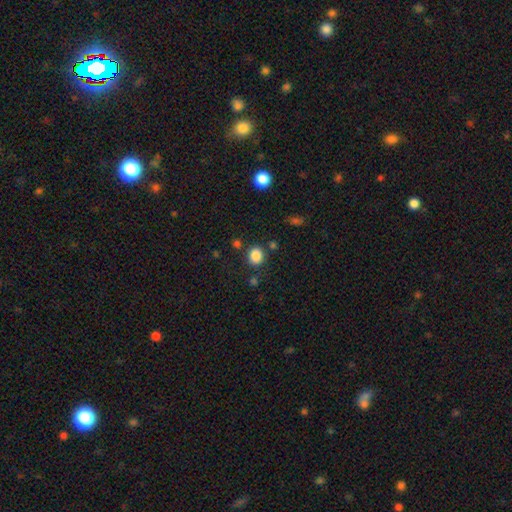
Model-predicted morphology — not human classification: Q: Smooth or featured?
A: smooth (86%); runner-up: star or artifact (10%)
Q: How rounded?
A: round (66%); runner-up: in between (33%)
Q: Merging?
A: none (81%); runner-up: minor disturbance (10%)